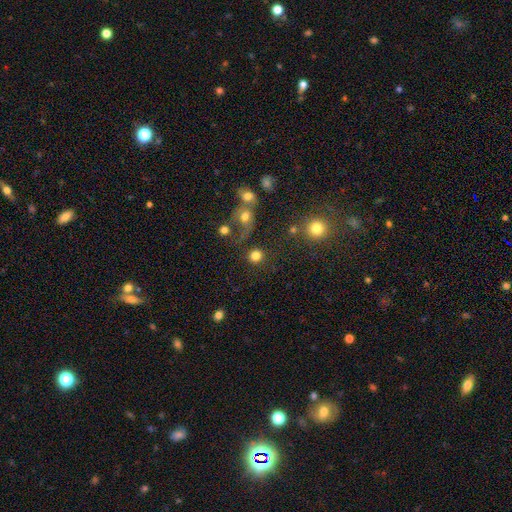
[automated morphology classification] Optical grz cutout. It shows a smooth galaxy with no disk features (81%) that is round (91%). Merging: none (73%).